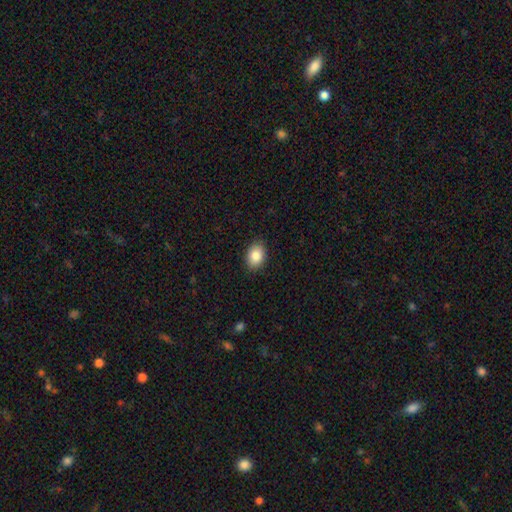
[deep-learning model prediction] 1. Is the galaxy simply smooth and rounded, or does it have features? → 85% smooth, 8% star or artifact, 7% featured or disk.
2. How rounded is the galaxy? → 78% in between, 20% round, 1% cigar-shaped.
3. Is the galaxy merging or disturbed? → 89% none, 8% minor disturbance, 2% major disturbance, 1% merger.